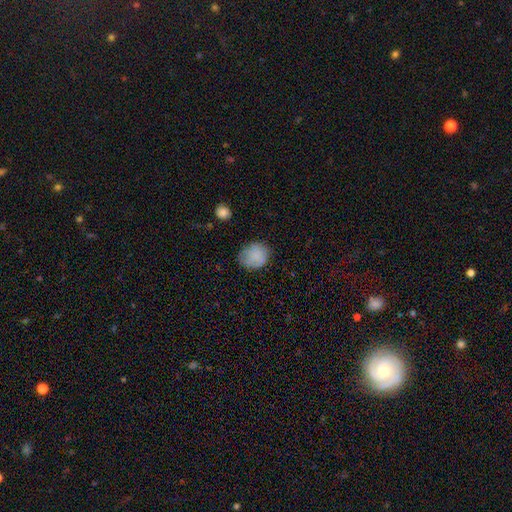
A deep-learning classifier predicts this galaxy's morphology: A smooth galaxy with no disk features (82%) that is round (69%). Merging: none (68%).